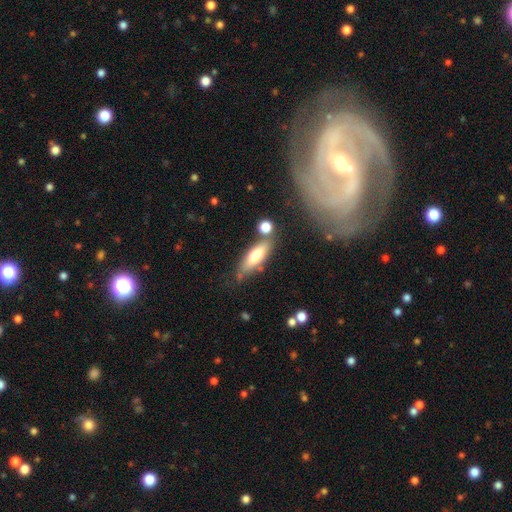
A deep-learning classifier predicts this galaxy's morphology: smooth-or-featured: smooth: 68% | featured or disk: 26% | star or artifact: 7%
  how-rounded: in between: 53% | cigar-shaped: 44% | round: 2%
  merging: none: 67% | minor disturbance: 16% | merger: 12% | major disturbance: 5%